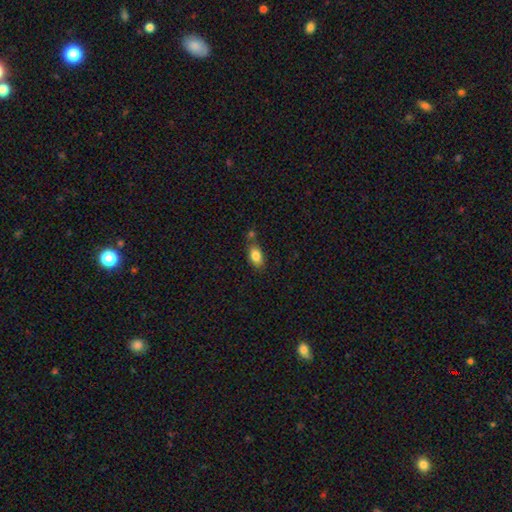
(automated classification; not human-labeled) A smooth galaxy with no disk features (83%) that is in between round and cigar-shaped (87%).

Vote fractions:
- Smooth or featured? smooth: 83% / featured or disk: 9% / star or artifact: 8%
- How rounded? in between: 87% / round: 9% / cigar-shaped: 4%
- Merging? none: 61% / merger: 18% / minor disturbance: 16% / major disturbance: 4%